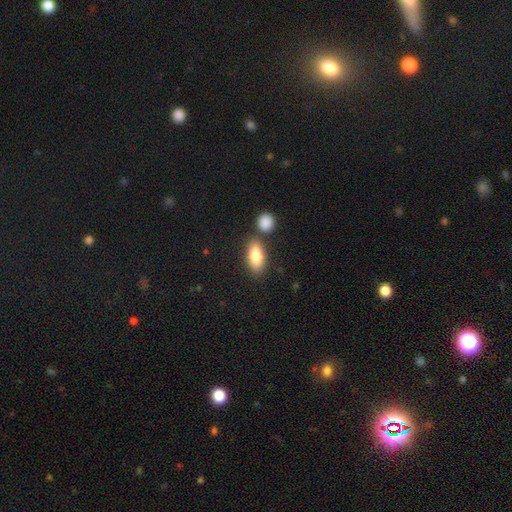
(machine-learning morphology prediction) Smooth or featured: smooth — 83% (featured or disk — 11%)
How rounded: in between — 85% (cigar-shaped — 11%)
Merging: none — 69% (merger — 18%)